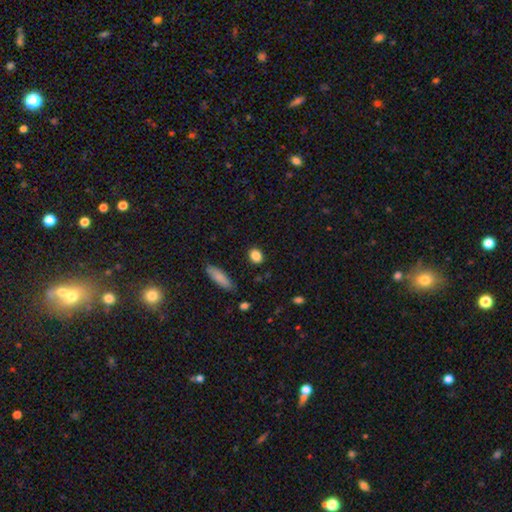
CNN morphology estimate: Q: Smooth or featured?
A: smooth (86%); runner-up: star or artifact (9%)
Q: How rounded?
A: round (50%); runner-up: in between (47%)
Q: Merging?
A: none (87%); runner-up: minor disturbance (9%)